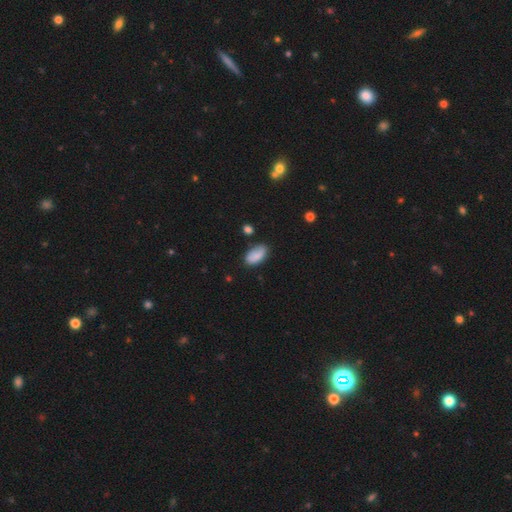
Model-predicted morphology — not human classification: type=smooth (86%); roundness=in between (94%); merging=none (74%).